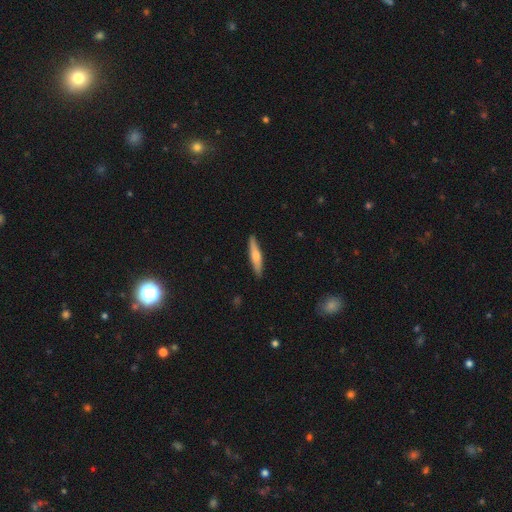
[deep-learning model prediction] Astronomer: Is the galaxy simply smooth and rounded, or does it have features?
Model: smooth — 55% (runner-up: featured or disk, 40%).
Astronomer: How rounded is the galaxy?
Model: cigar-shaped — 88%.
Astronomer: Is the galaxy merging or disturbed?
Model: none — 90%.